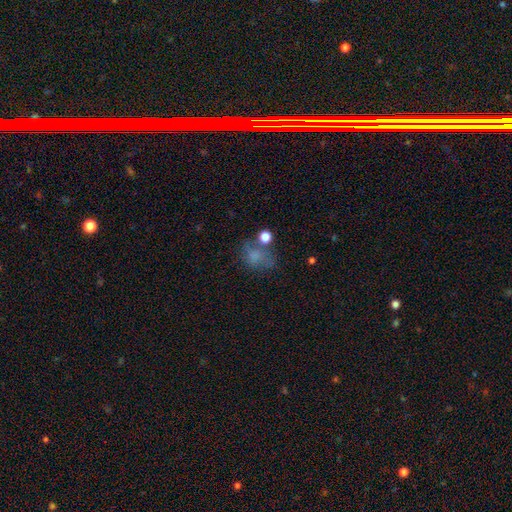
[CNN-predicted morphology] Q: Smooth or featured?
A: smooth (65%); runner-up: star or artifact (18%)
Q: How rounded?
A: in between (50%); runner-up: round (49%)
Q: Merging?
A: none (42%); runner-up: minor disturbance (22%)